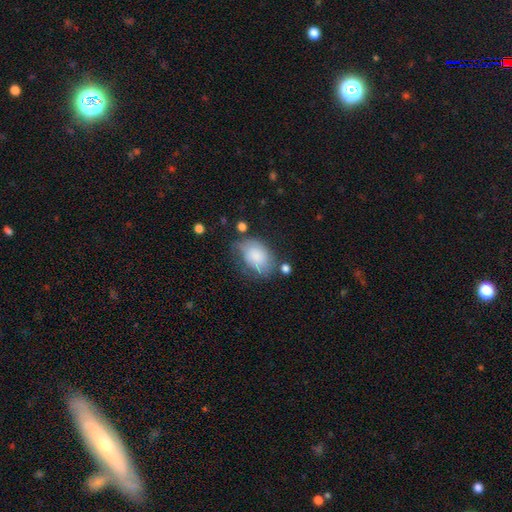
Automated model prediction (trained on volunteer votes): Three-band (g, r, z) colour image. It shows a smooth galaxy with no disk features (72%) that is in between round and cigar-shaped (83%). Merging: none (49%).